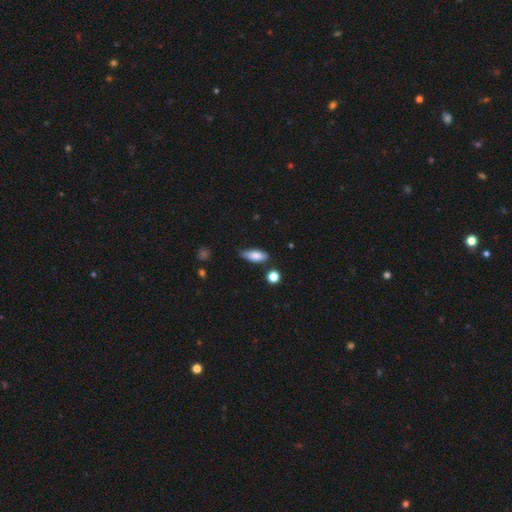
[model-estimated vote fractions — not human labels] A smooth galaxy with no disk features (82%) that is in between round and cigar-shaped (78%). Merging: none (72%).